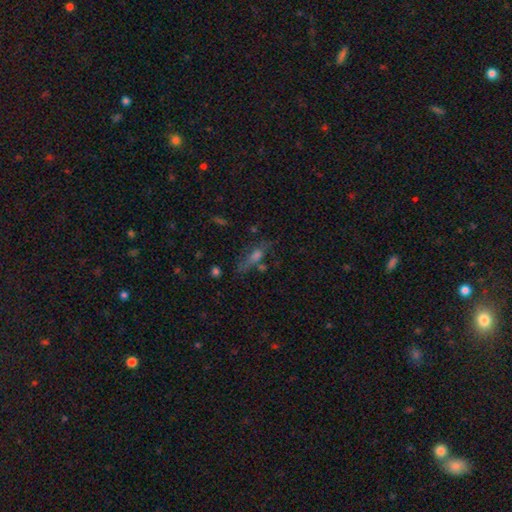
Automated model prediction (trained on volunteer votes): Smooth or featured?
  - smooth: 40% *
  - featured or disk: 37%
  - star or artifact: 23%
Merging?
  - none: 59% *
  - minor disturbance: 18%
  - major disturbance: 12%
  - merger: 10%